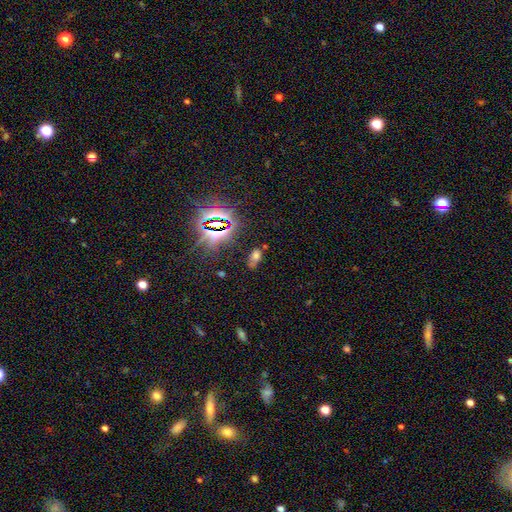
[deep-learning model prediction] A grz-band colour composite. It shows a smooth galaxy with no disk features (52%) that is in between round and cigar-shaped (84%). Merging: none (58%).